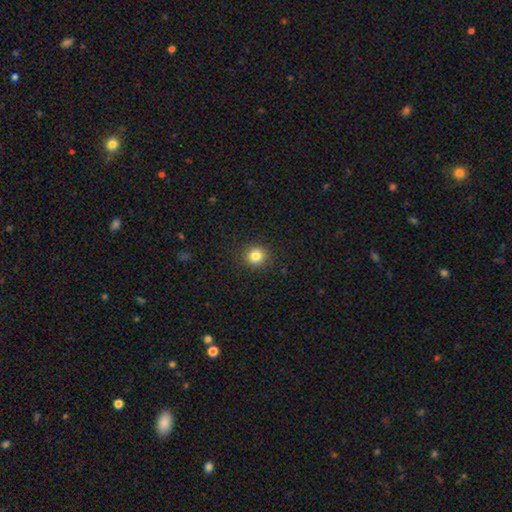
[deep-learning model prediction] Smooth or featured: smooth — 83% (star or artifact — 12%)
How rounded: round — 90% (in between — 9%)
Merging: none — 90% (minor disturbance — 6%)